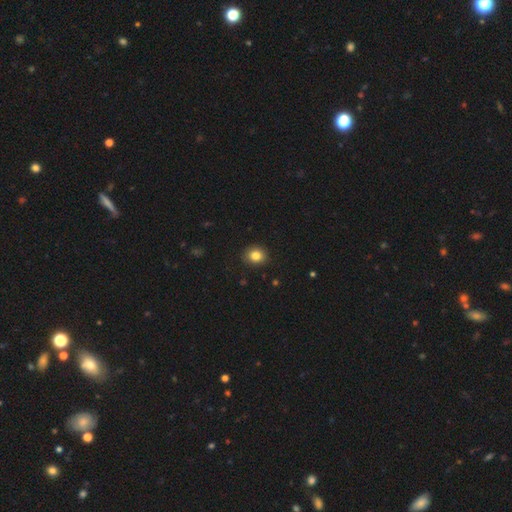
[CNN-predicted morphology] smooth 84%, star or artifact 10%, featured or disk 6%. Down the decision tree: how rounded — round (71%); merging — none (90%).